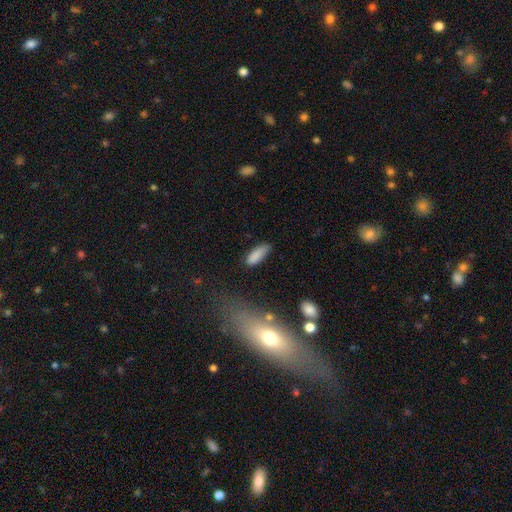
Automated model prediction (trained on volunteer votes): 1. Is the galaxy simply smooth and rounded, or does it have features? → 85% smooth, 8% star or artifact, 7% featured or disk.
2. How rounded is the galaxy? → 67% in between, 31% cigar-shaped, 2% round.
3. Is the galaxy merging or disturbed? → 68% none, 24% minor disturbance, 5% major disturbance, 3% merger.